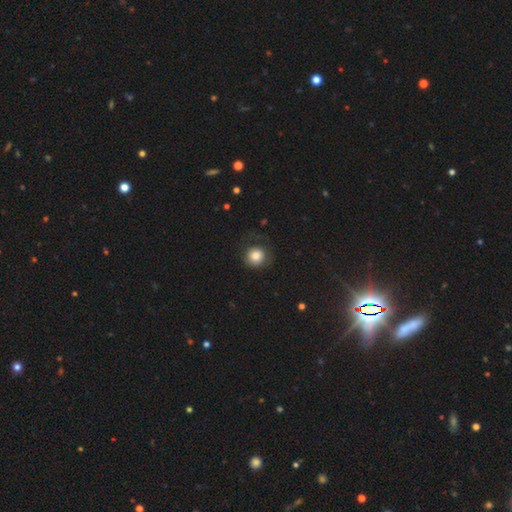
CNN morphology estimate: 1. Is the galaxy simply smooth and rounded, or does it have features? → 82% smooth, 9% star or artifact, 9% featured or disk.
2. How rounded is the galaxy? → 88% round, 11% in between, 1% cigar-shaped.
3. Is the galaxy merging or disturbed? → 67% none, 18% minor disturbance, 13% major disturbance, 1% merger.